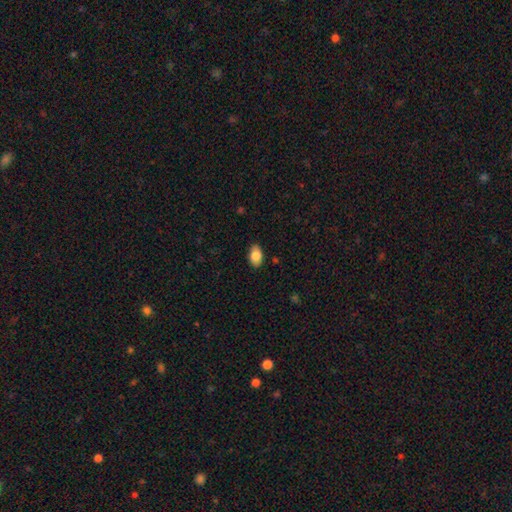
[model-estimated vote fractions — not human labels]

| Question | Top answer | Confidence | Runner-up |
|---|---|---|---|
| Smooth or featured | smooth | 85% | featured or disk (8%) |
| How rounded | in between | 91% | round (8%) |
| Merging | none | 86% | minor disturbance (11%) |